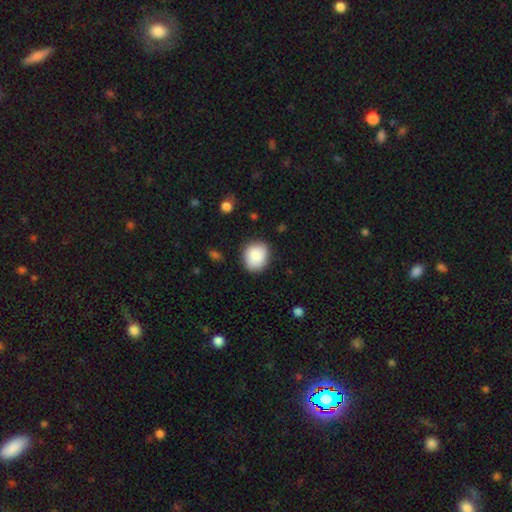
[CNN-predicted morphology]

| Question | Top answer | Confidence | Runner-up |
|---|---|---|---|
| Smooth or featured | smooth | 86% | featured or disk (7%) |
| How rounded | round | 67% | in between (32%) |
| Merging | none | 83% | minor disturbance (12%) |